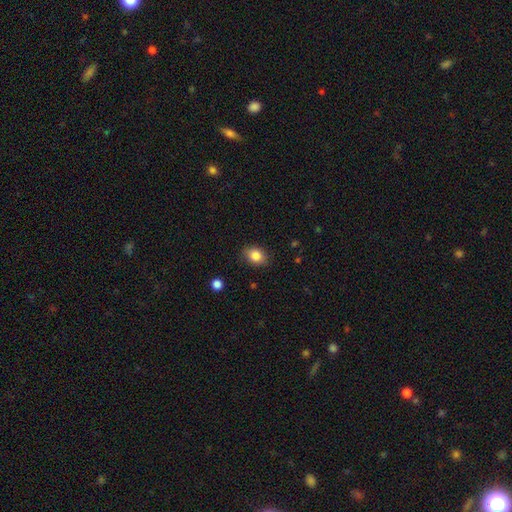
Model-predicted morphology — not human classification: type=smooth (85%); roundness=in between (67%); merging=none (85%).